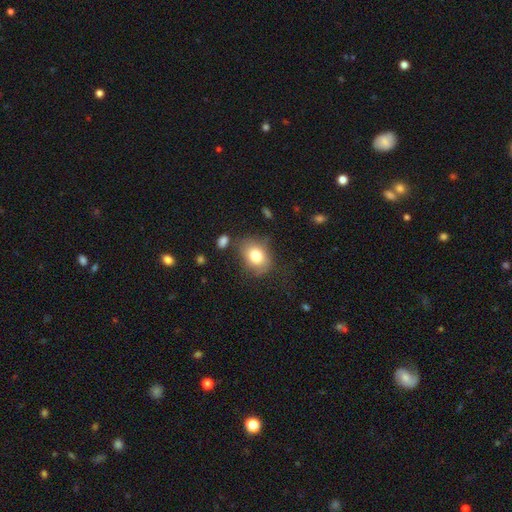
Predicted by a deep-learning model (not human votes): This appears to be a smooth galaxy with no disk features (78%) that is in between round and cigar-shaped (59%). Merging: none (67%).